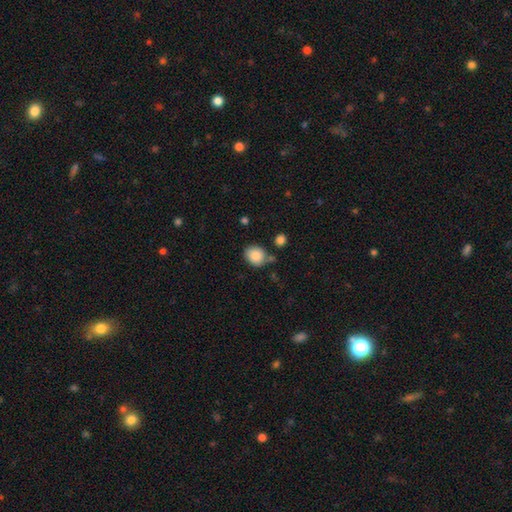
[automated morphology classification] Smooth or featured?
  - smooth: 87% *
  - star or artifact: 8%
  - featured or disk: 5%
How rounded?
  - round: 68% *
  - in between: 31%
  - cigar-shaped: 1%
Merging?
  - none: 70% *
  - minor disturbance: 15%
  - merger: 11%
  - major disturbance: 4%